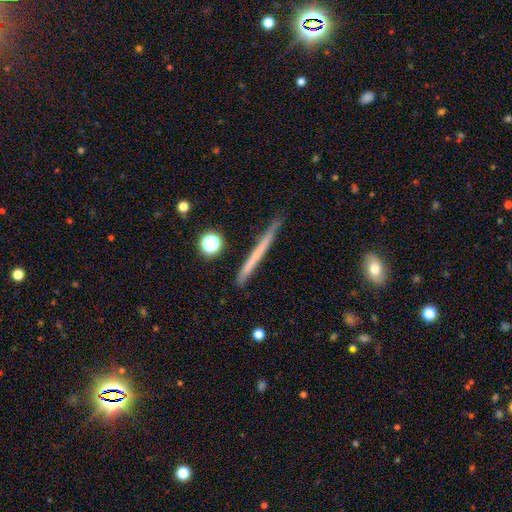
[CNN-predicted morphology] Smooth or featured? Predicted: smooth (p=0.49). Merging? Predicted: none (p=0.85).